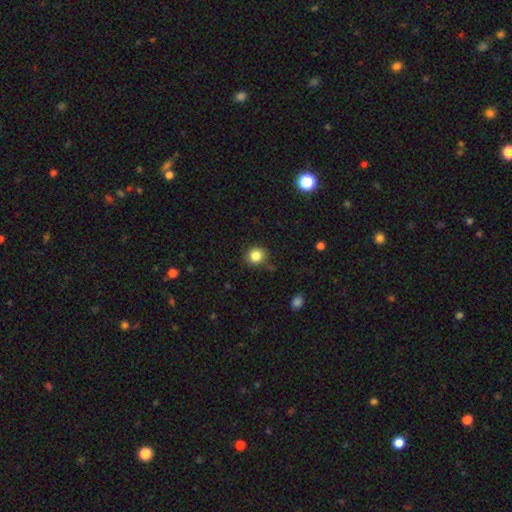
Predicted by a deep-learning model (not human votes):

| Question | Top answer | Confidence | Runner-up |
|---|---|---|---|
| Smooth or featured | smooth | 85% | star or artifact (11%) |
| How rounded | round | 83% | in between (17%) |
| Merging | none | 84% | minor disturbance (11%) |